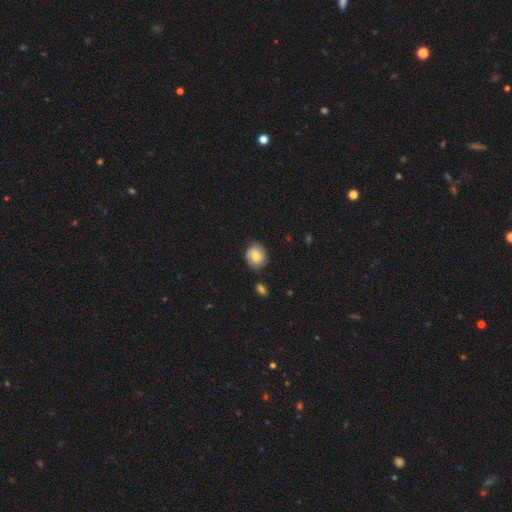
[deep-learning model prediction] smooth-or-featured: smooth: 55% | featured or disk: 37% | star or artifact: 8%
  how-rounded: round: 76% | in between: 23% | cigar-shaped: 1%
  merging: none: 79% | minor disturbance: 15% | major disturbance: 3% | merger: 3%